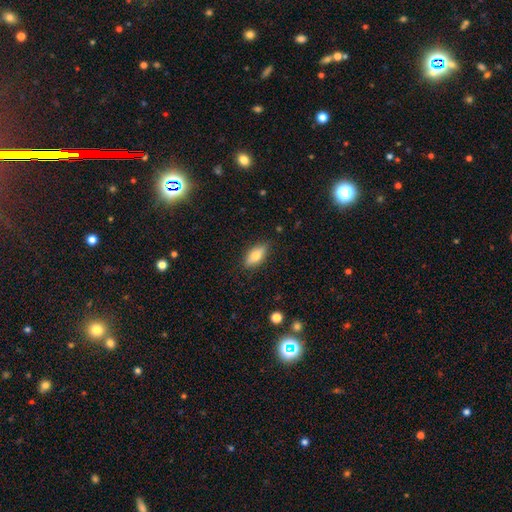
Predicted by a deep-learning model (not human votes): This is likely a smooth galaxy (69%). How rounded: likely in between (78%). Merging: clearly none (83%).